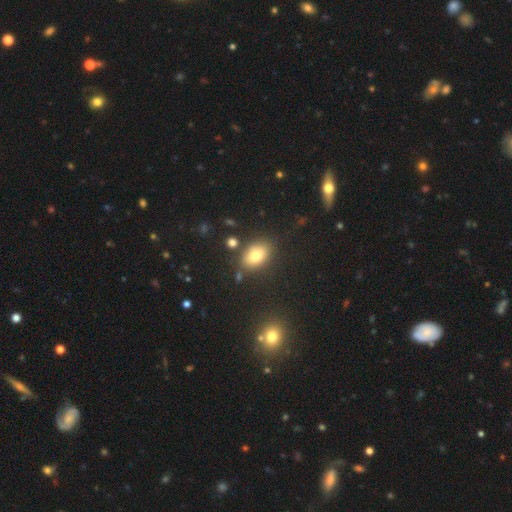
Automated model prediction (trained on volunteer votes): Q: Smooth or featured?
A: smooth (77%); runner-up: featured or disk (12%)
Q: How rounded?
A: in between (82%); runner-up: round (16%)
Q: Merging?
A: none (79%); runner-up: minor disturbance (12%)